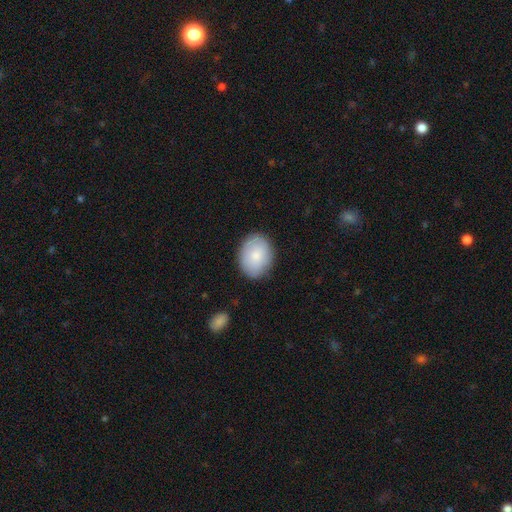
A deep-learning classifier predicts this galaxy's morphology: smooth 82%, featured or disk 12%, star or artifact 6%. Down the decision tree: how rounded — in between (66%); merging — none (85%).